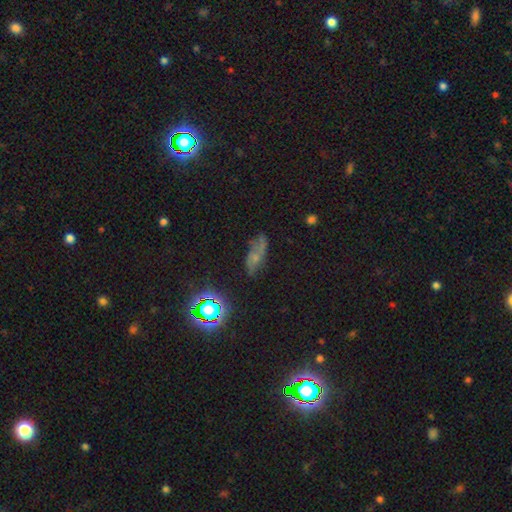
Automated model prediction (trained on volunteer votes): Smooth or featured? Predicted: smooth (p=0.40). Merging? Predicted: none (p=0.54).